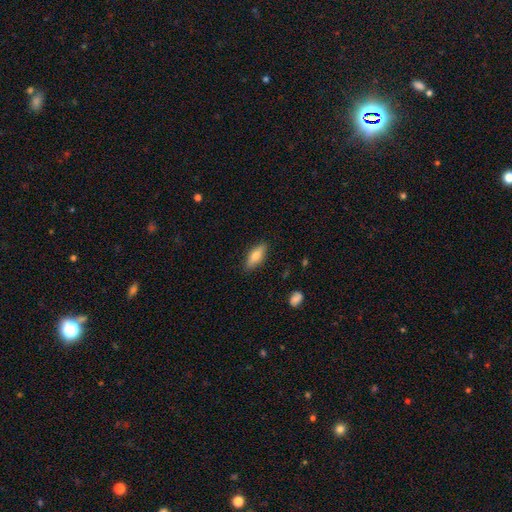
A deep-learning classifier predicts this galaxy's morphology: Smooth or featured? smooth (73%)
How rounded? in between (66%)
Merging? none (86%)